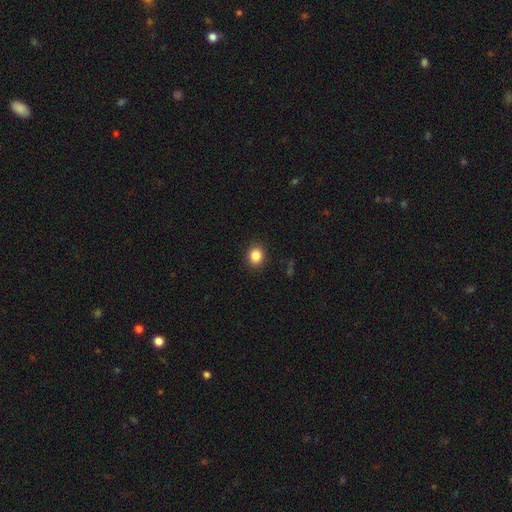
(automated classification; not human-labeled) Q: Smooth or featured?
A: smooth (86%); runner-up: star or artifact (10%)
Q: How rounded?
A: round (69%); runner-up: in between (30%)
Q: Merging?
A: none (90%); runner-up: minor disturbance (7%)